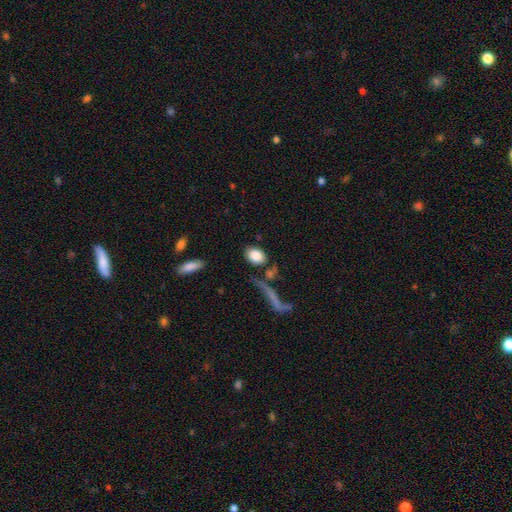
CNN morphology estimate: Smooth or featured?
  - smooth: 85% *
  - featured or disk: 8%
  - star or artifact: 7%
How rounded?
  - in between: 78% *
  - round: 20%
  - cigar-shaped: 2%
Merging?
  - none: 71% *
  - minor disturbance: 13%
  - merger: 10%
  - major disturbance: 6%